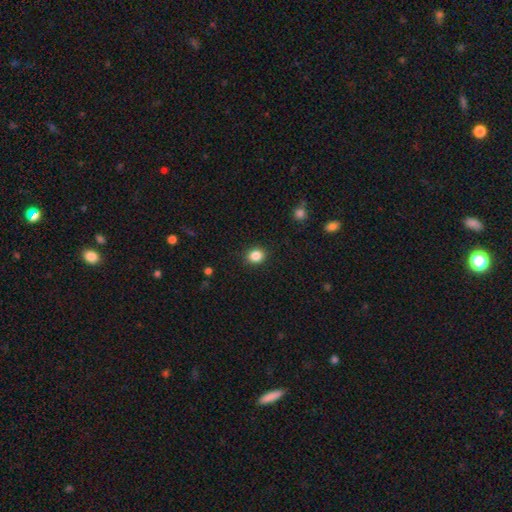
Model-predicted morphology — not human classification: The model was most divided on "how rounded": round: 68%, in between: 32%, cigar-shaped: 1%. More confident: merging — none (90%); smooth or featured — smooth (86%).